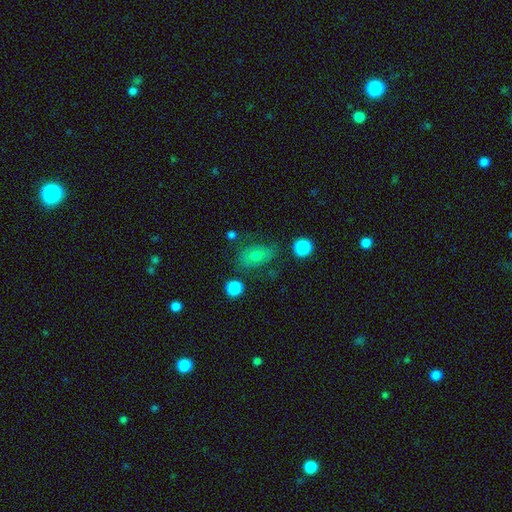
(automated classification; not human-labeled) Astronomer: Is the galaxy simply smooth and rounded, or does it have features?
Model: smooth — 68%.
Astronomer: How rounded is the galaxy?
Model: in between — 74%.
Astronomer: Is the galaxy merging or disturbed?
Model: none — 65%.